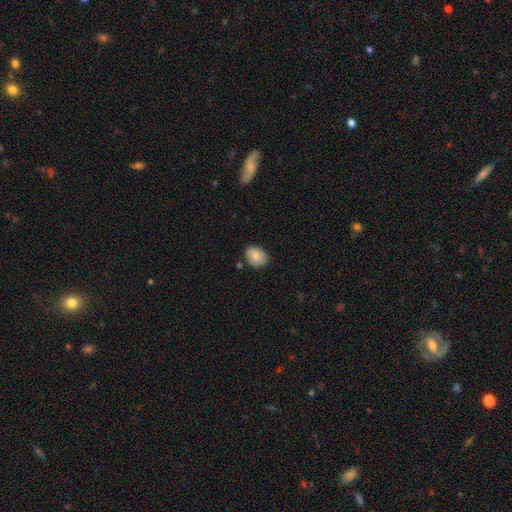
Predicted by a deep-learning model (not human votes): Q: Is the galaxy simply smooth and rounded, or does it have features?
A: smooth — 83%.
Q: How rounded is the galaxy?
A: in between — 69%.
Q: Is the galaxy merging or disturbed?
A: none — 82%.